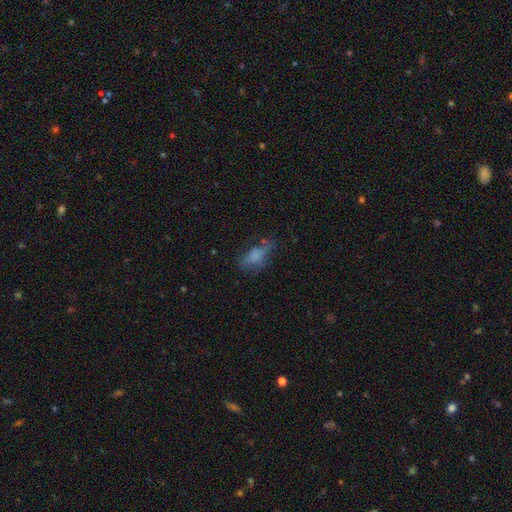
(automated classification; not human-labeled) Q: Smooth or featured?
A: smooth (64%); runner-up: featured or disk (23%)
Q: How rounded?
A: in between (83%); runner-up: cigar-shaped (12%)
Q: Merging?
A: none (46%); runner-up: minor disturbance (27%)